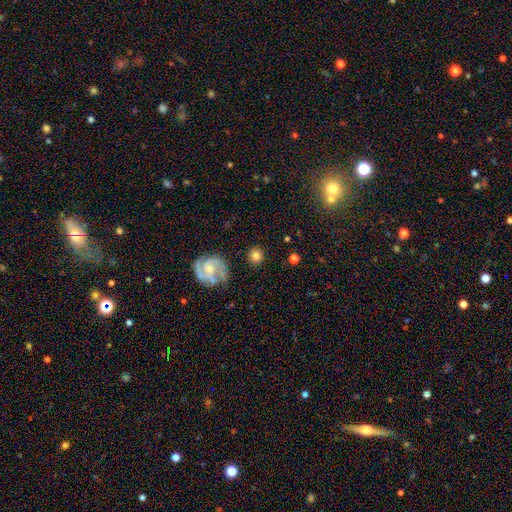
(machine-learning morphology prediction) Q: Smooth or featured?
A: smooth (70%); runner-up: featured or disk (22%)
Q: How rounded?
A: round (89%); runner-up: in between (10%)
Q: Merging?
A: none (84%); runner-up: minor disturbance (9%)